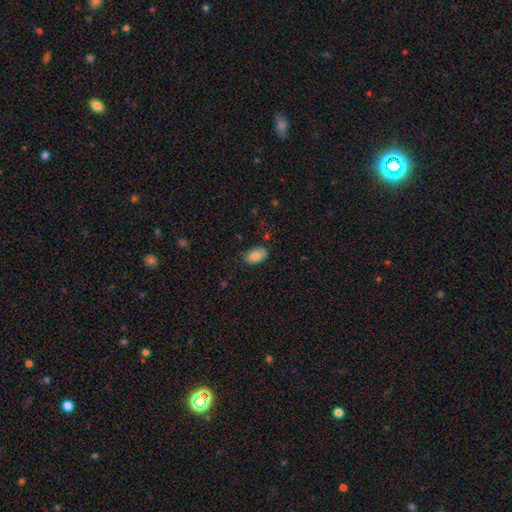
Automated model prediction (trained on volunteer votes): This appears to be a smooth galaxy with no disk features (87%) that is in between round and cigar-shaped (93%). Merging: none (81%).